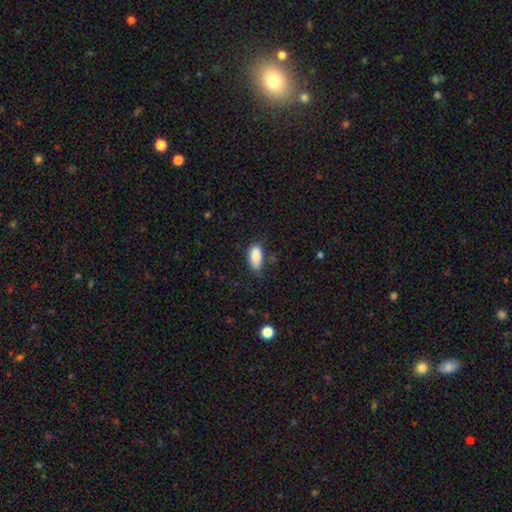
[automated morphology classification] The model was most divided on "merging": none: 66%, minor disturbance: 26%, major disturbance: 5%, merger: 2%. More confident: how rounded — in between (89%); smooth or featured — smooth (87%).